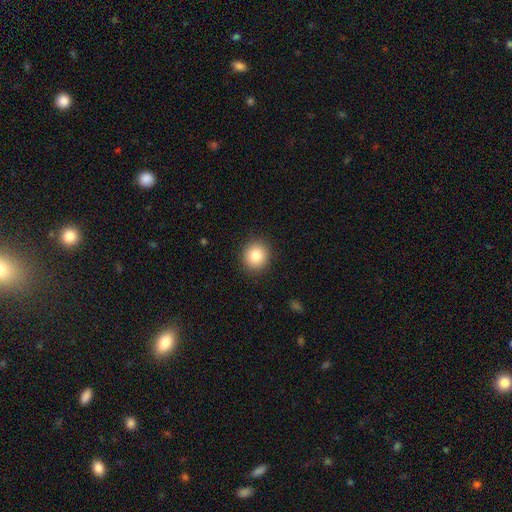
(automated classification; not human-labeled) Smooth or featured? smooth (84%)
How rounded? round (88%)
Merging? none (91%)